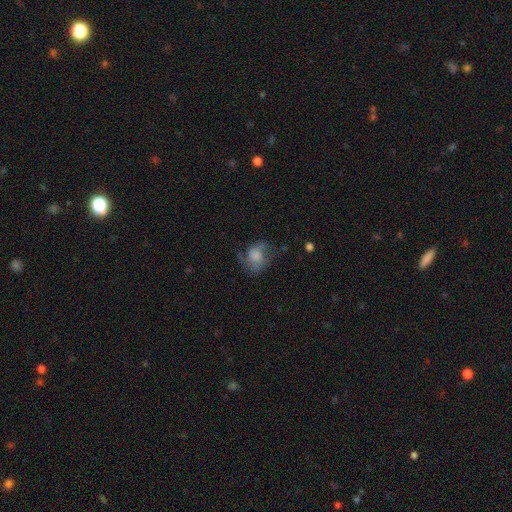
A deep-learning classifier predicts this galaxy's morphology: Smooth or featured? smooth (51%)
How rounded? round (51%)
Merging? none (45%)